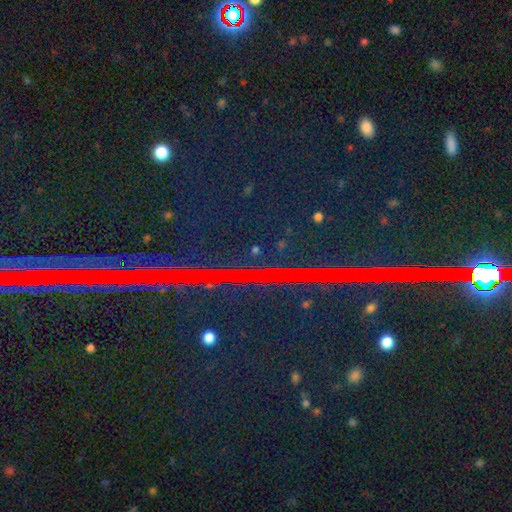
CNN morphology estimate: This is clearly a star or artifact rather than a galaxy (87%).